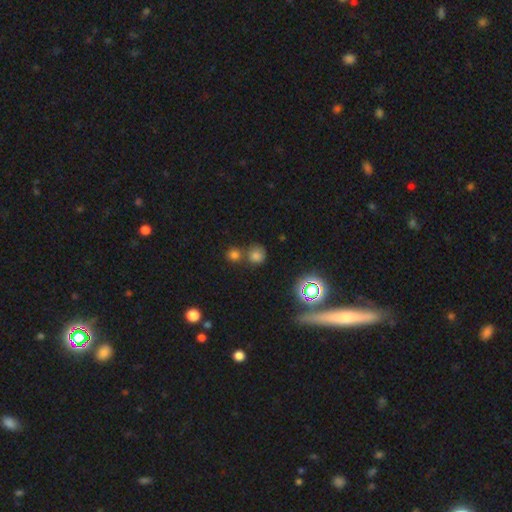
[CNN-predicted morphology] The model was most divided on "merging": none: 58%, merger: 28%, minor disturbance: 10%, major disturbance: 4%. More confident: how rounded — round (87%); smooth or featured — smooth (68%).